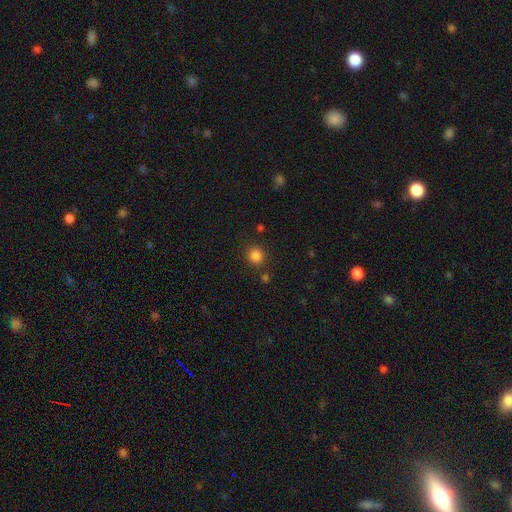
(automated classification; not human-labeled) Smooth or featured? Predicted: smooth (p=0.84). How rounded? Predicted: round (p=0.92). Merging? Predicted: none (p=0.85).